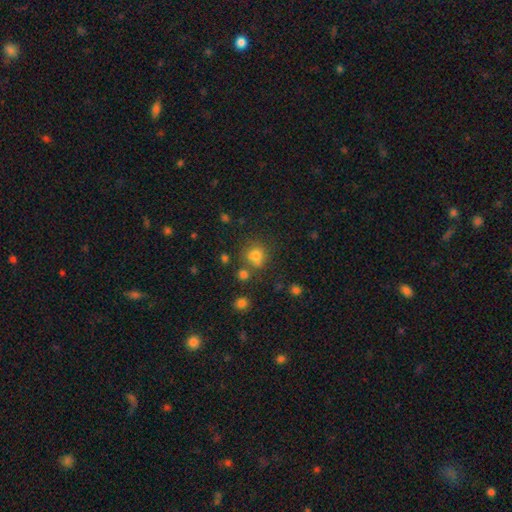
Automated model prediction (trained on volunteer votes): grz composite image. It shows a smooth galaxy with no disk features (75%) that is round (81%). Merging: none (63%).